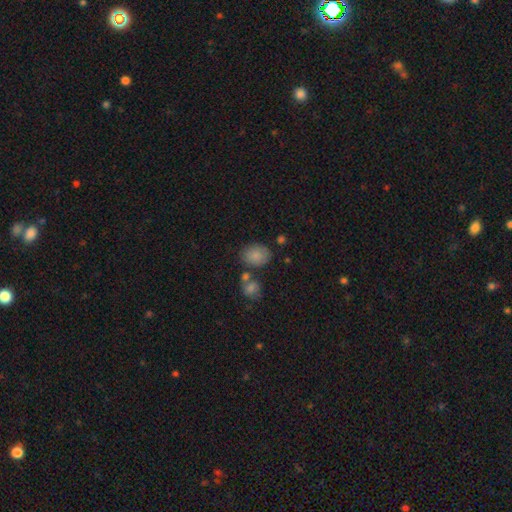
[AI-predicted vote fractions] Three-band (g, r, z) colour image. It shows a smooth galaxy with no disk features (83%) that is in between round and cigar-shaped (64%). Merging: none (68%).